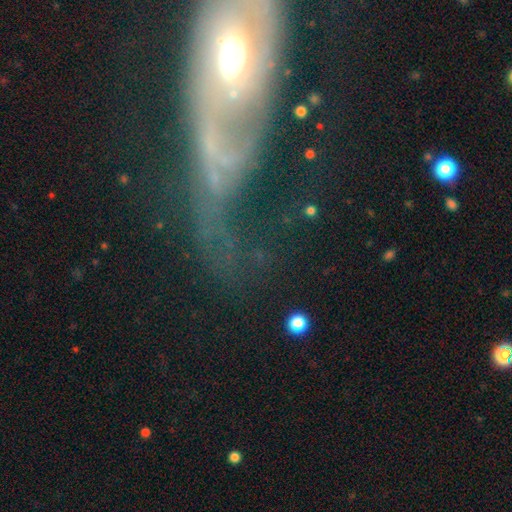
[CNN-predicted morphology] This is possibly a featured or disk galaxy (54%). It is likely not viewed edge-on (76%). Merging: possibly major disturbance (47%).